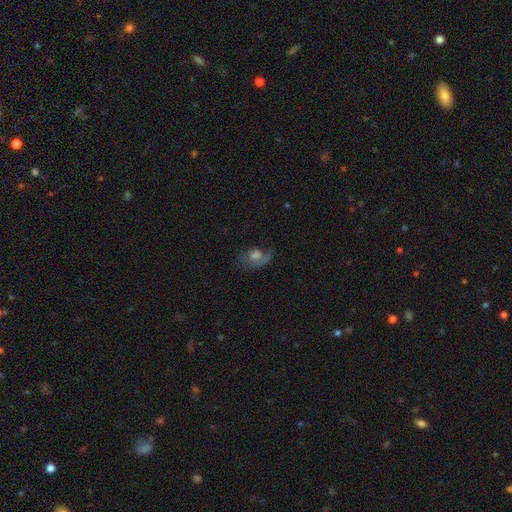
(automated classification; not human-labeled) Smooth or featured? Predicted: featured or disk (p=0.45). Merging? Predicted: none (p=0.42).